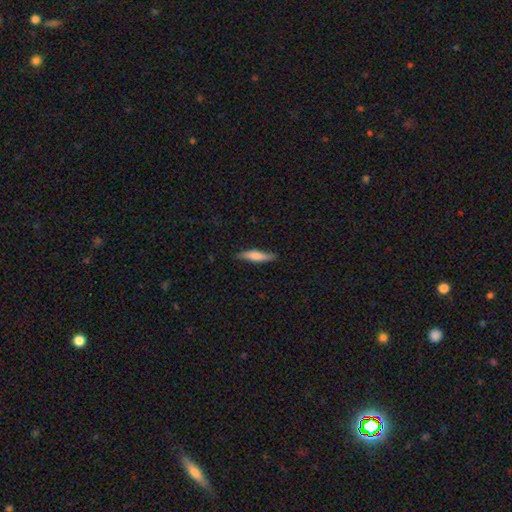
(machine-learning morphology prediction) A smooth galaxy with no disk features (67%) that is cigar-shaped (81%). Merging: none (80%).